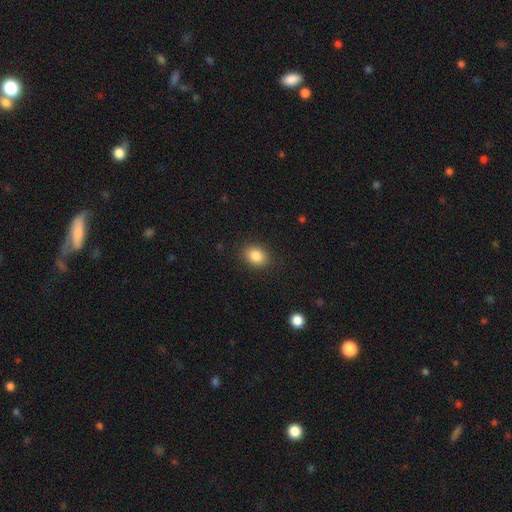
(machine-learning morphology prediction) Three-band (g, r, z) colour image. It shows a smooth galaxy with no disk features (85%) that is in between round and cigar-shaped (55%). Merging: none (88%).